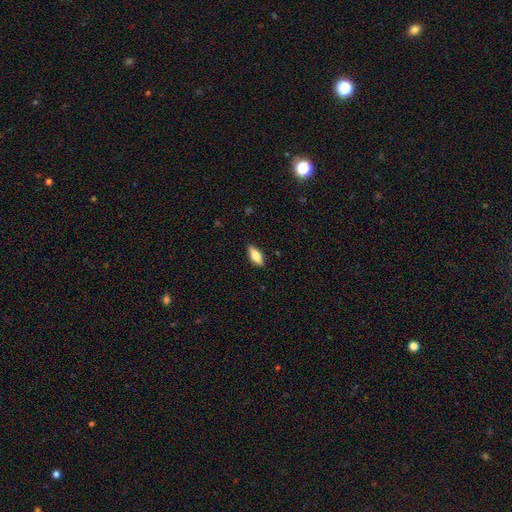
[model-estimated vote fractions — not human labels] Overall: smooth (68%). How rounded: in between (76%). Merging: none (88%).